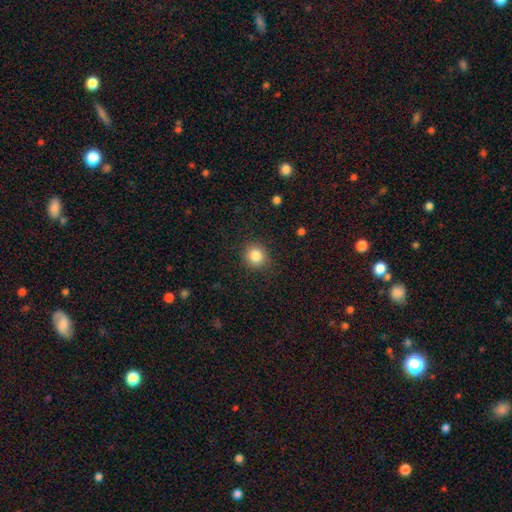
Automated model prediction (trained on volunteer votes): smooth_or_featured: smooth (p=0.84) [alt: star or artifact p=0.10]
how_rounded: round (p=0.88) [alt: in between p=0.12]
merging: none (p=0.88) [alt: minor disturbance p=0.08]